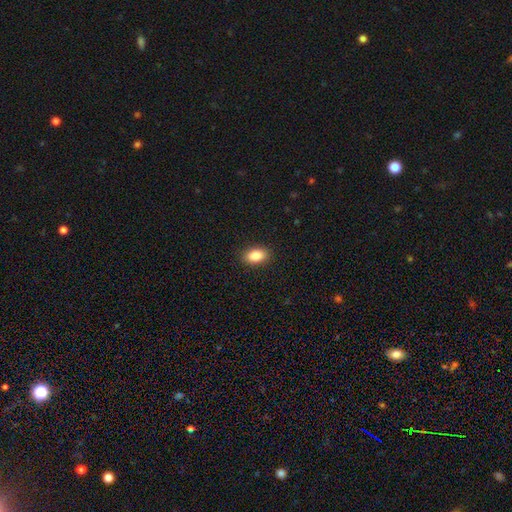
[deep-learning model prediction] Q: Smooth or featured?
A: smooth (86%); runner-up: star or artifact (8%)
Q: How rounded?
A: in between (89%); runner-up: round (9%)
Q: Merging?
A: none (89%); runner-up: minor disturbance (8%)